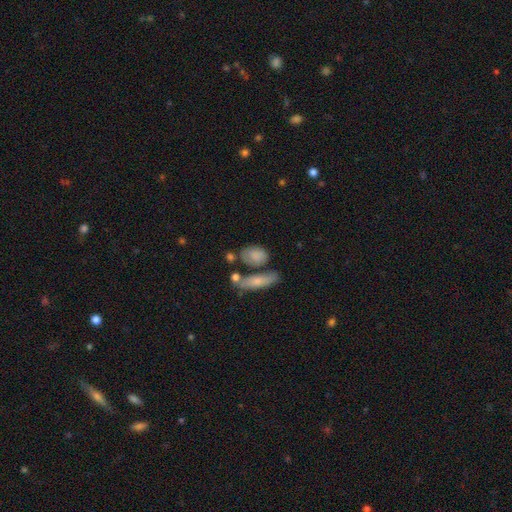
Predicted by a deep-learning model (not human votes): smooth_or_featured: smooth (p=0.79) [alt: featured or disk p=0.13]
how_rounded: in between (p=0.78) [alt: round p=0.15]
merging: none (p=0.54) [alt: minor disturbance p=0.21]